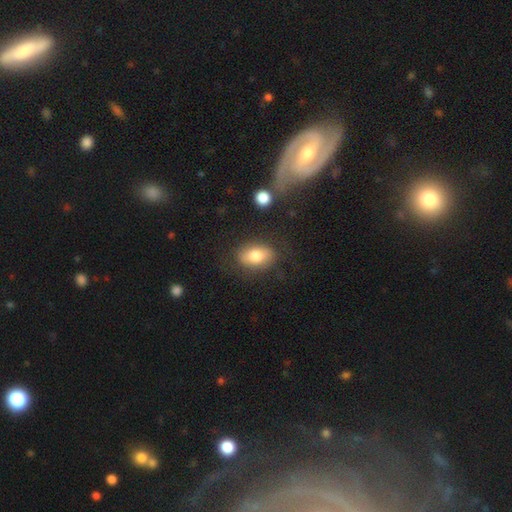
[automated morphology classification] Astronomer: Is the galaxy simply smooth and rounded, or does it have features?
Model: smooth — 76%.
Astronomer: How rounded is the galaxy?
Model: in between — 85%.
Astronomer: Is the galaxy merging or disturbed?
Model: none — 79%.